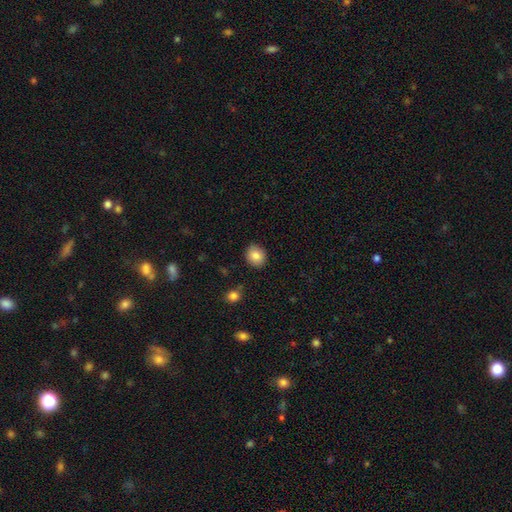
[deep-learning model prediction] Overall: smooth (86%). How rounded: round (71%). Merging: none (89%).